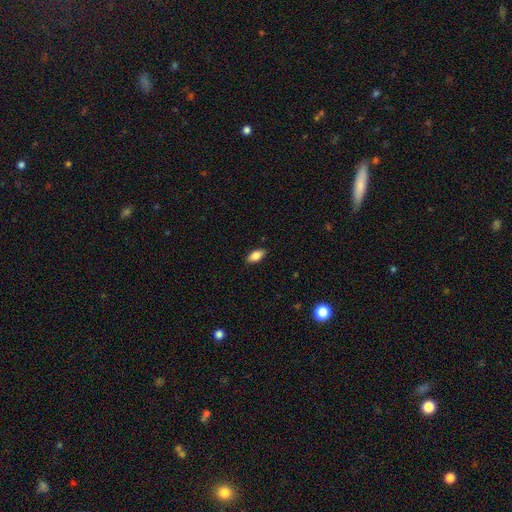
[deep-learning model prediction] smooth-or-featured: smooth: 82% | featured or disk: 11% | star or artifact: 7%
  how-rounded: in between: 87% | cigar-shaped: 10% | round: 3%
  merging: none: 87% | minor disturbance: 10% | major disturbance: 2% | merger: 1%